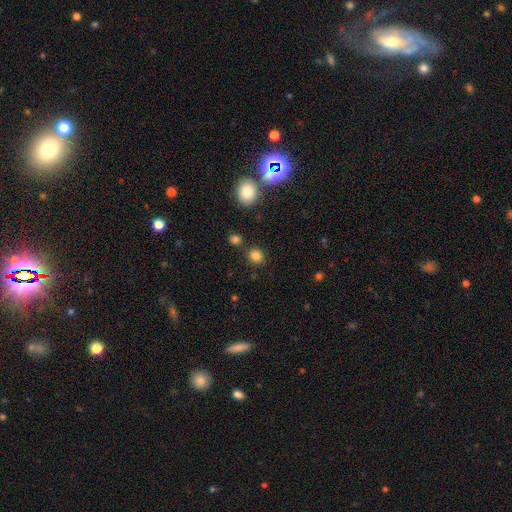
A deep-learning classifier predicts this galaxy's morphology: Smooth or featured?
  - smooth: 83% *
  - star or artifact: 12%
  - featured or disk: 4%
How rounded?
  - round: 82% *
  - in between: 17%
  - cigar-shaped: 1%
Merging?
  - none: 83% *
  - minor disturbance: 8%
  - merger: 6%
  - major disturbance: 3%